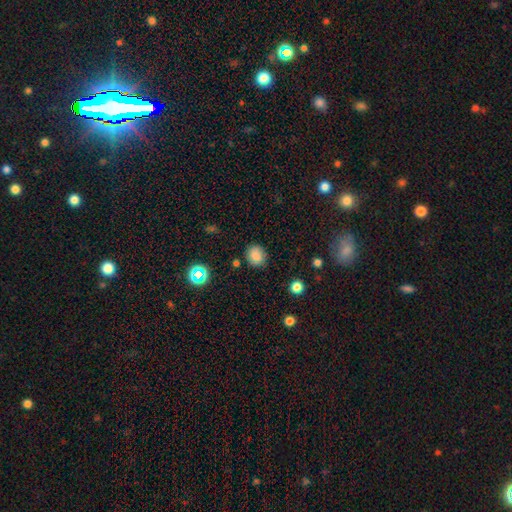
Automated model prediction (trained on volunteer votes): This appears to be a smooth galaxy with no disk features (81%) that is round (77%). Merging: none (84%).